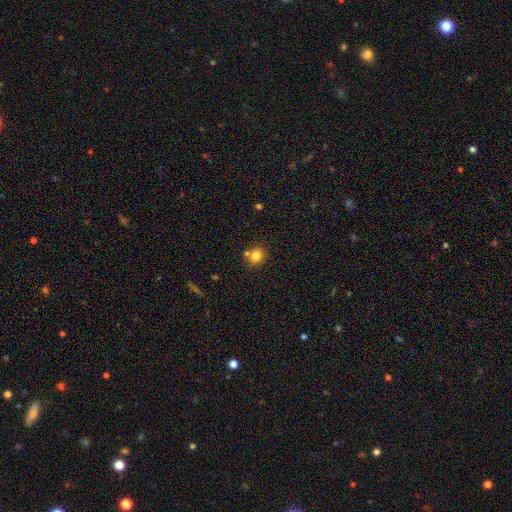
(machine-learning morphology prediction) A smooth galaxy with no disk features (79%) that is round (79%).

Vote fractions:
- Smooth or featured? smooth: 79% / star or artifact: 12% / featured or disk: 9%
- How rounded? round: 79% / in between: 20% / cigar-shaped: 1%
- Merging? none: 67% / merger: 19% / minor disturbance: 10% / major disturbance: 3%